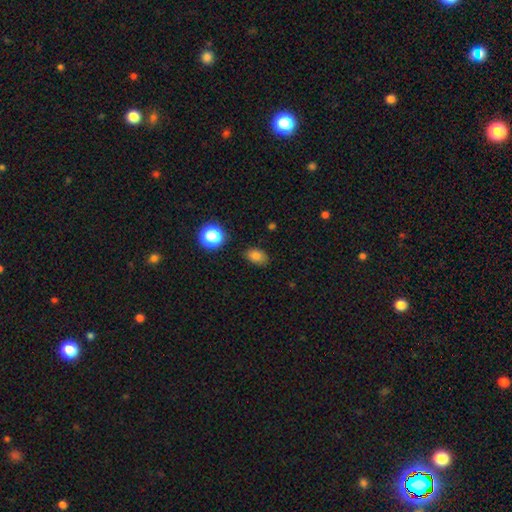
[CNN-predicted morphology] smooth_or_featured: smooth (p=0.80) [alt: star or artifact p=0.14]
how_rounded: in between (p=0.79) [alt: round p=0.20]
merging: none (p=0.81) [alt: minor disturbance p=0.14]